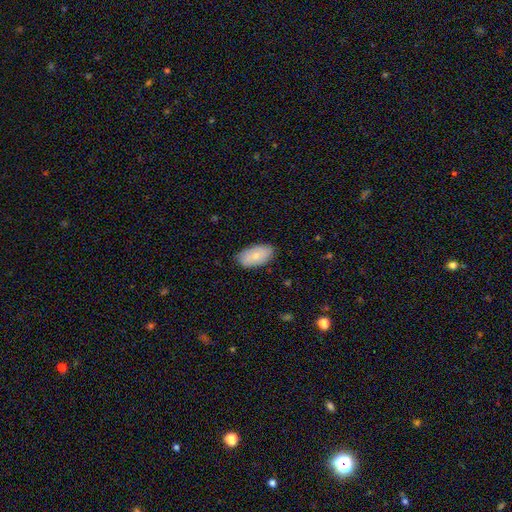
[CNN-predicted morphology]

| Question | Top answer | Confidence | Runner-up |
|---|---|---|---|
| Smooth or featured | smooth | 73% | featured or disk (21%) |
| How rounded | in between | 94% | round (4%) |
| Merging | none | 81% | minor disturbance (16%) |